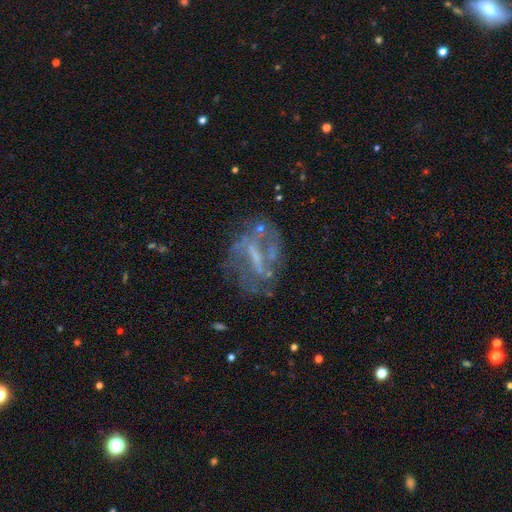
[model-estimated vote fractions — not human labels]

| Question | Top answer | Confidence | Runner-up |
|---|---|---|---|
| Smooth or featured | featured or disk | 75% | smooth (13%) |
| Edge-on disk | no | 92% | yes (8%) |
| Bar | strong | 50% | weak (33%) |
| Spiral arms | yes | 64% | no (36%) |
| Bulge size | none | 45% | small (30%) |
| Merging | none | 59% | minor disturbance (18%) |